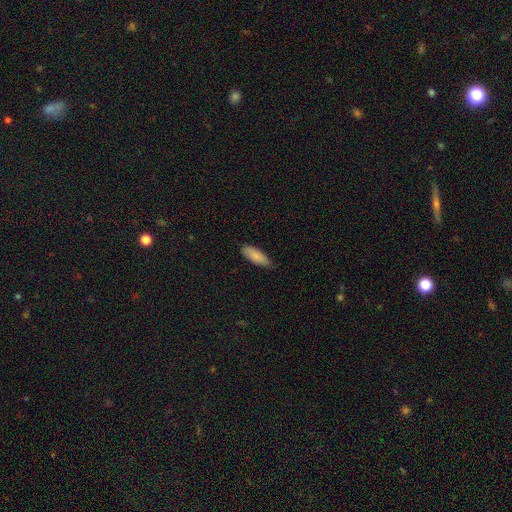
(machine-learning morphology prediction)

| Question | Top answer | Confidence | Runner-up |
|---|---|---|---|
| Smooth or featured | smooth | 85% | featured or disk (9%) |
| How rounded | in between | 70% | cigar-shaped (29%) |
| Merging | none | 78% | minor disturbance (19%) |